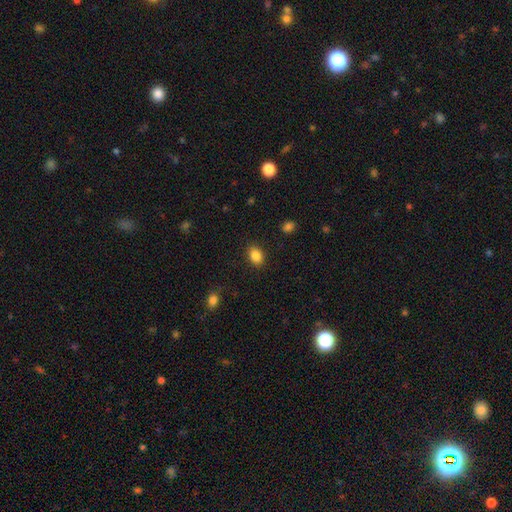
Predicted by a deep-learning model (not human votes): Smooth or featured? Predicted: smooth (p=0.86). How rounded? Predicted: in between (p=0.73). Merging? Predicted: none (p=0.87).